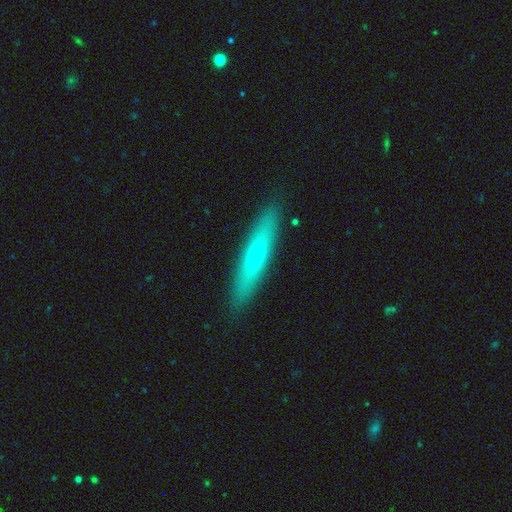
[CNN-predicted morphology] Smooth or featured?
  - smooth: 49% *
  - featured or disk: 44%
  - star or artifact: 7%
Merging?
  - none: 89% *
  - minor disturbance: 7%
  - major disturbance: 2%
  - merger: 1%